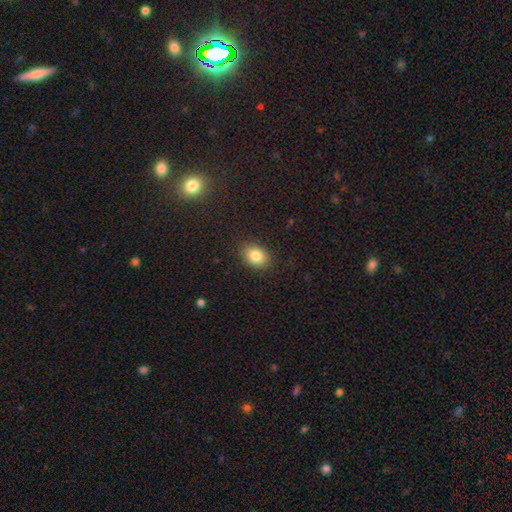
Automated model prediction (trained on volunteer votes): Smooth or featured? smooth (83%)
How rounded? in between (69%)
Merging? none (87%)